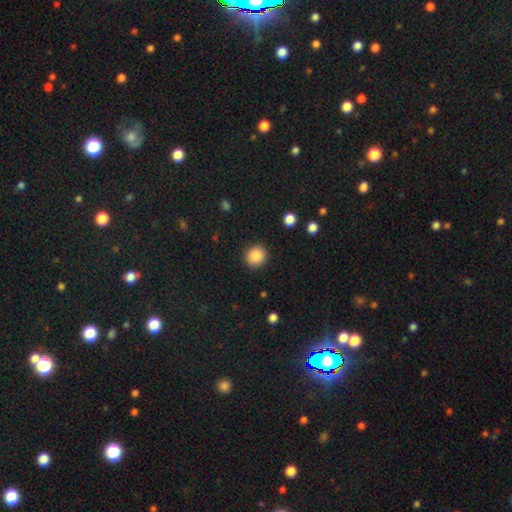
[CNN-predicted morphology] Smooth or featured: smooth — 88% (star or artifact — 9%)
How rounded: round — 88% (in between — 11%)
Merging: none — 90% (minor disturbance — 6%)